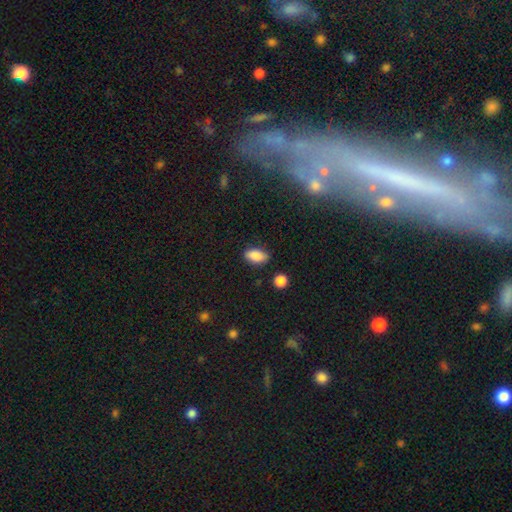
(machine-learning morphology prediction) Smooth or featured: smooth — 87% (star or artifact — 8%)
How rounded: in between — 91% (round — 6%)
Merging: none — 81% (minor disturbance — 14%)